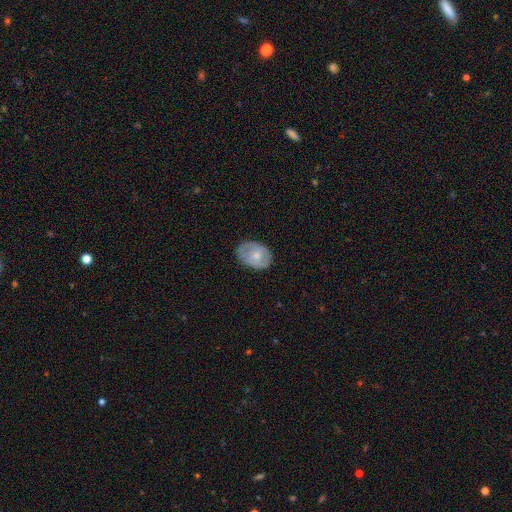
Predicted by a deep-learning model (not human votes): smooth_or_featured: smooth (p=0.55) [alt: featured or disk p=0.38]
how_rounded: in between (p=0.74) [alt: round p=0.25]
merging: none (p=0.70) [alt: minor disturbance p=0.22]